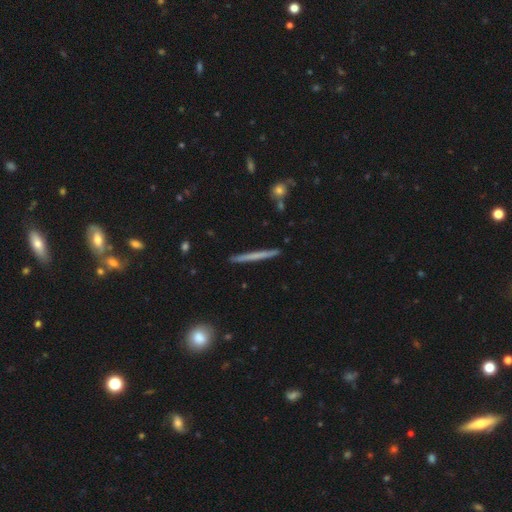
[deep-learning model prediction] smooth-or-featured: smooth: 49% | featured or disk: 45% | star or artifact: 6%
  merging: none: 91% | minor disturbance: 6% | merger: 1% | major disturbance: 1%